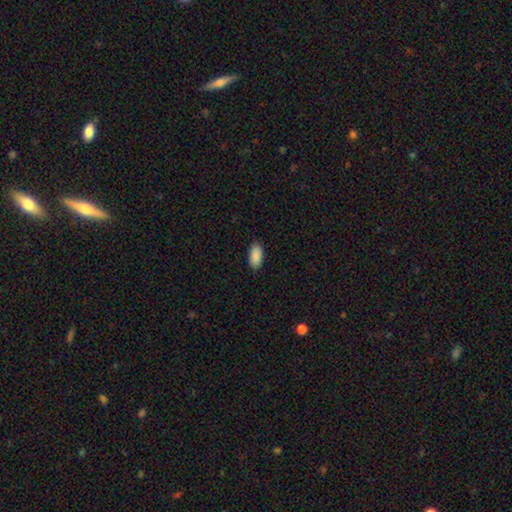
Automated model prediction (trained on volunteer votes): Smooth or featured? Predicted: smooth (p=0.90). How rounded? Predicted: in between (p=0.94). Merging? Predicted: none (p=0.87).